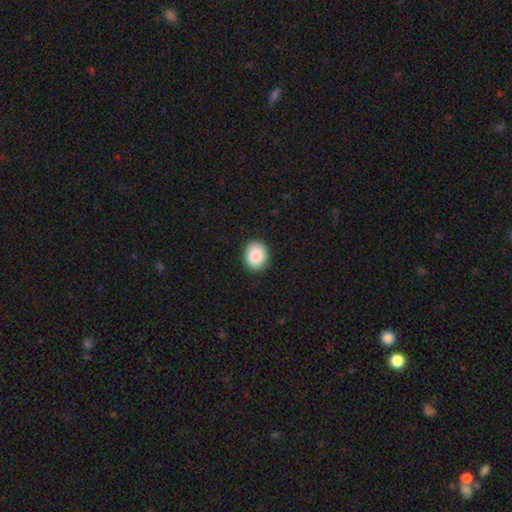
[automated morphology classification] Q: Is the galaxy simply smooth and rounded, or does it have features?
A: smooth — 88%.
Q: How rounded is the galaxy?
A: round — 60%.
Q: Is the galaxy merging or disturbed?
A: none — 89%.